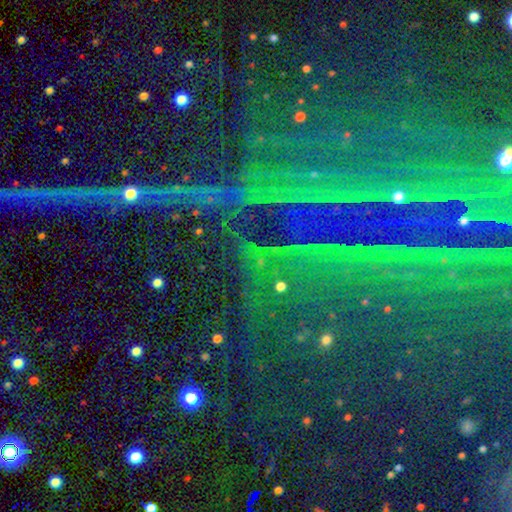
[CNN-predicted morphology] Smooth or featured? star or artifact (86%)